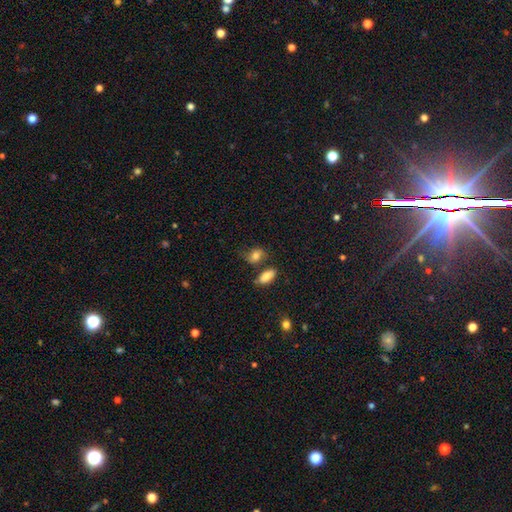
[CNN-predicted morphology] Smooth or featured? smooth (79%)
How rounded? in between (75%)
Merging? none (53%)